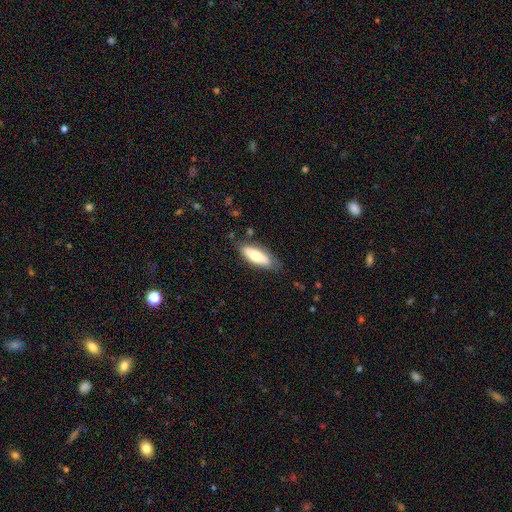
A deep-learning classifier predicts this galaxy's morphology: smooth 66%, featured or disk 28%, star or artifact 6%. Down the decision tree: how rounded — in between (61%); merging — none (77%).